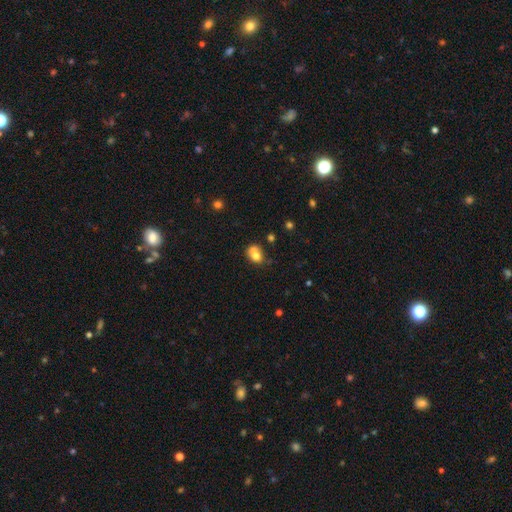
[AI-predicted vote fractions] smooth 71%, featured or disk 18%, star or artifact 11%. Down the decision tree: how rounded — round (57%); merging — merger (55%).